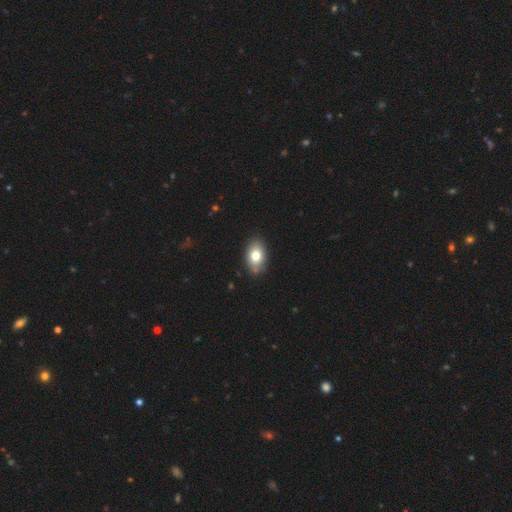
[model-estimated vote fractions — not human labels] Overall: smooth (78%). How rounded: in between (86%). Merging: none (82%).